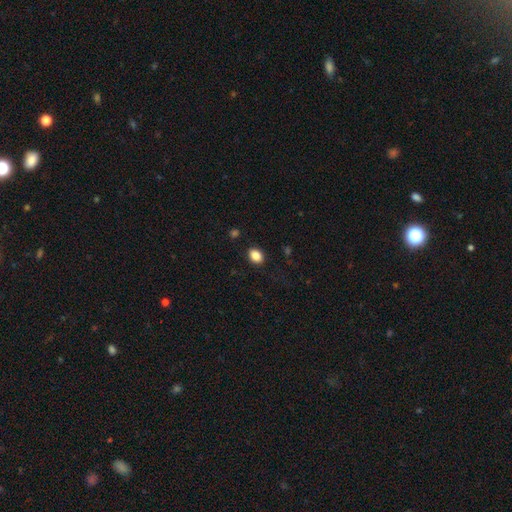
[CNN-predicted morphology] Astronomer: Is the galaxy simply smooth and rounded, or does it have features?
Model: smooth — 87%.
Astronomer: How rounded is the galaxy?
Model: in between — 69%.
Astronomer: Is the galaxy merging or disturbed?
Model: none — 88%.